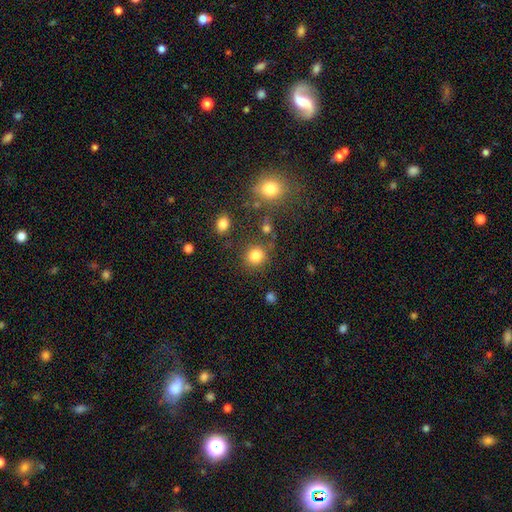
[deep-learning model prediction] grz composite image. It shows a smooth galaxy with no disk features (82%) that is round (84%). Merging: none (80%).